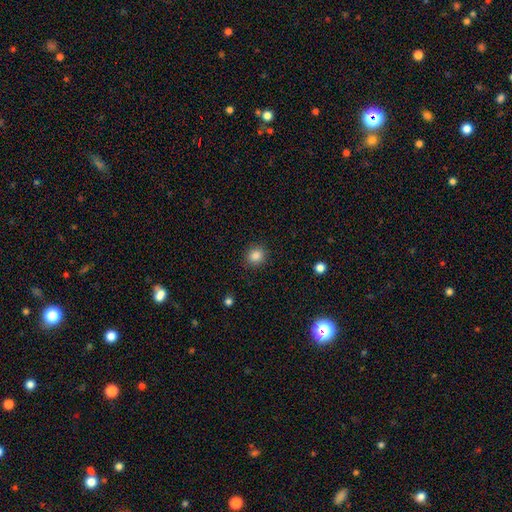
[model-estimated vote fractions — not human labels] smooth 85%, star or artifact 11%, featured or disk 4%. Down the decision tree: how rounded — round (83%); merging — none (90%).